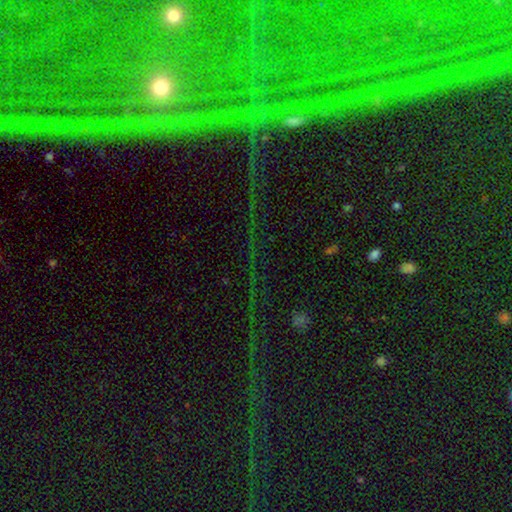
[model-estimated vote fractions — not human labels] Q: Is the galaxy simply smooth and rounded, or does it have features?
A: star or artifact — 55%.